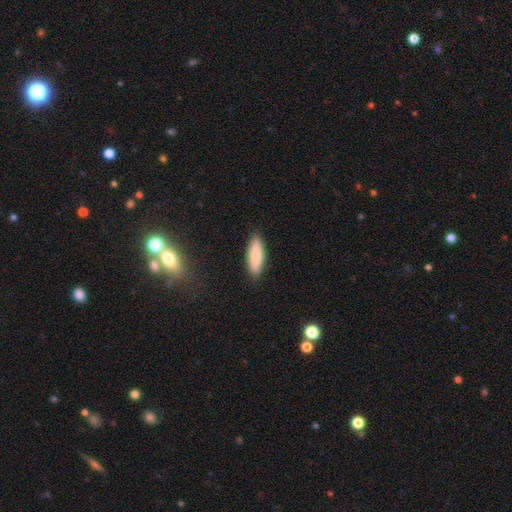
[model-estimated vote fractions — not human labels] smooth-or-featured: smooth: 83% | featured or disk: 12% | star or artifact: 6%
  how-rounded: in between: 57% | cigar-shaped: 41% | round: 2%
  merging: none: 88% | minor disturbance: 9% | major disturbance: 2% | merger: 1%